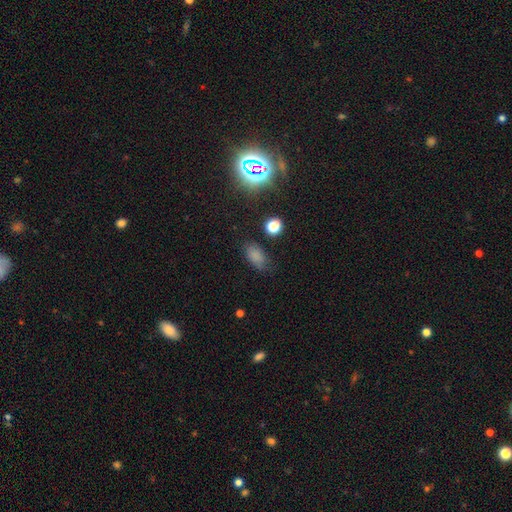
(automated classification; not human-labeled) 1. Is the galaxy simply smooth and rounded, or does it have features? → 77% smooth, 16% star or artifact, 7% featured or disk.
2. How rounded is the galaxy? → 87% in between, 9% round, 4% cigar-shaped.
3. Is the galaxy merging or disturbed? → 72% none, 19% minor disturbance, 6% major disturbance, 2% merger.